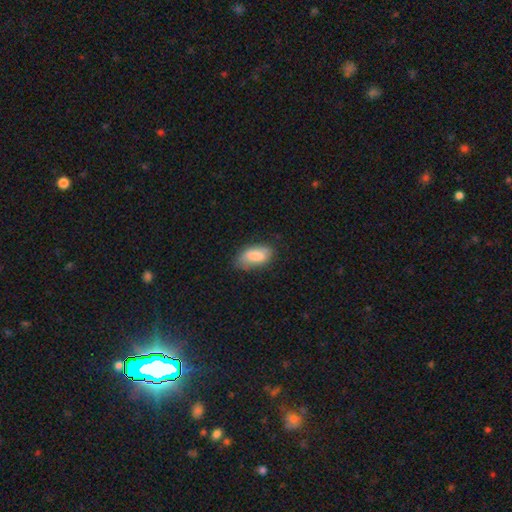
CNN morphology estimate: Q: Smooth or featured?
A: smooth (82%); runner-up: featured or disk (11%)
Q: How rounded?
A: in between (92%); runner-up: cigar-shaped (5%)
Q: Merging?
A: none (65%); runner-up: minor disturbance (27%)